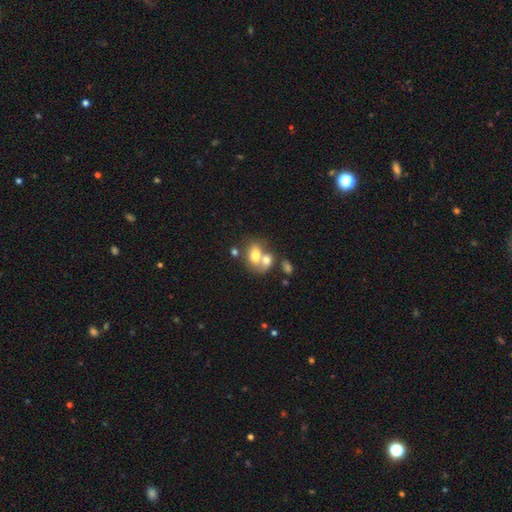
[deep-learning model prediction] Smooth or featured? Predicted: smooth (p=0.70). How rounded? Predicted: in between (p=0.68). Merging? Predicted: merger (p=0.61).